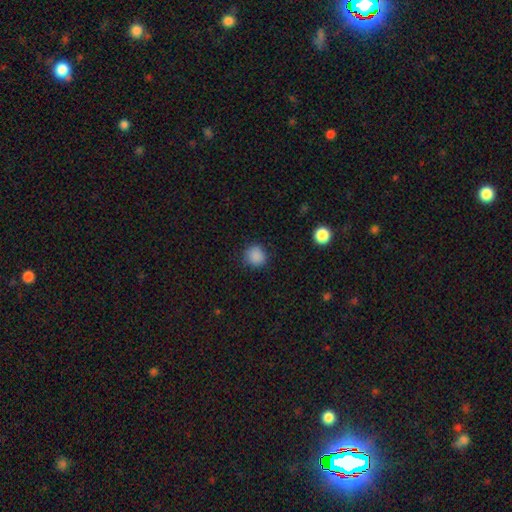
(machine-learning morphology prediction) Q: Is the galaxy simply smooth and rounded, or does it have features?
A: smooth — 87%.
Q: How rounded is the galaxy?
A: round — 89%.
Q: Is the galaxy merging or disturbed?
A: none — 87%.